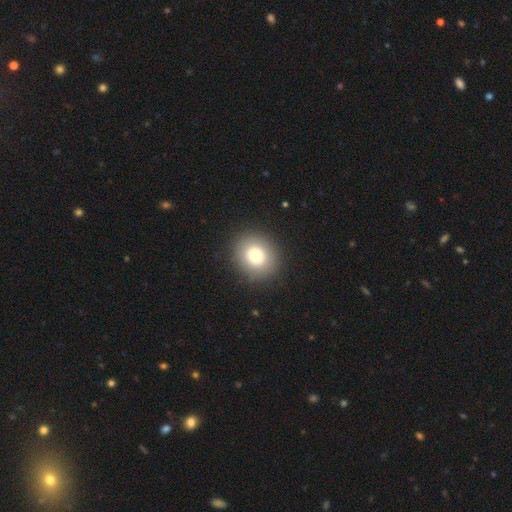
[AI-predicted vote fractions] This appears to be a smooth galaxy with no disk features (78%) that is round (81%). Merging: none (89%).